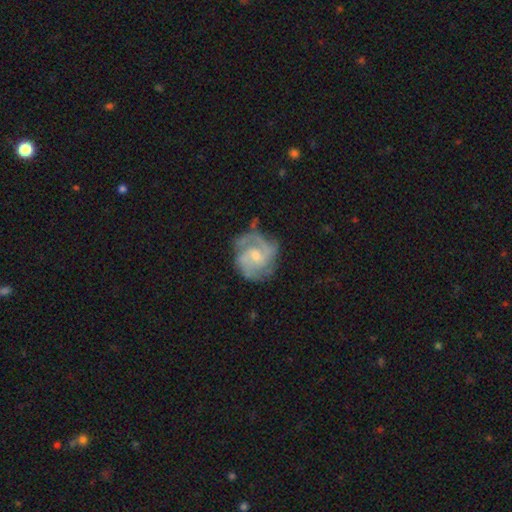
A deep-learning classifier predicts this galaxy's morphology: Smooth or featured? Predicted: featured or disk (p=0.83). Edge-on disk? Predicted: no (p=0.98). Bar? Predicted: no (p=0.50). Spiral arms? Predicted: yes (p=0.95). Spiral winding? Predicted: medium (p=0.48). Spiral arm count? Predicted: 2 (p=0.58). Bulge size? Predicted: small (p=0.55). Merging? Predicted: none (p=0.61).